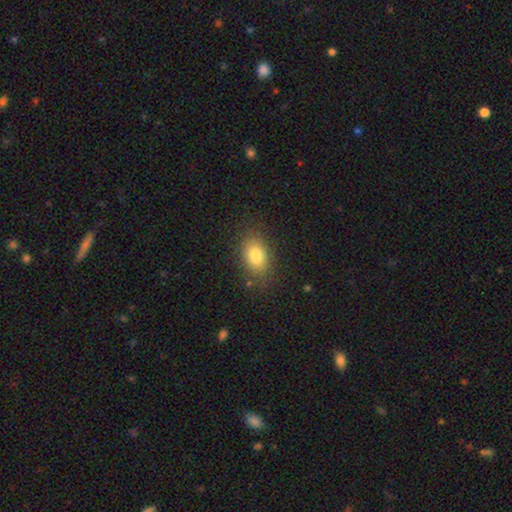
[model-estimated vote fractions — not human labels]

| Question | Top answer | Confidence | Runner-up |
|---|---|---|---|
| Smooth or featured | smooth | 80% | featured or disk (11%) |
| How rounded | in between | 81% | round (17%) |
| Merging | none | 82% | minor disturbance (12%) |